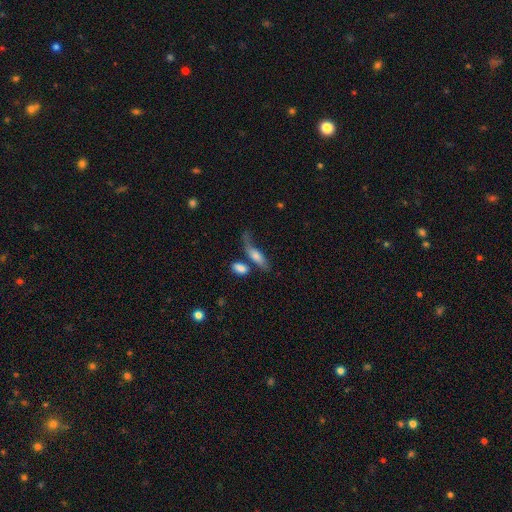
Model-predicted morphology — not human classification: Smooth or featured? Predicted: smooth (p=0.63). How rounded? Predicted: in between (p=0.57). Merging? Predicted: none (p=0.35).